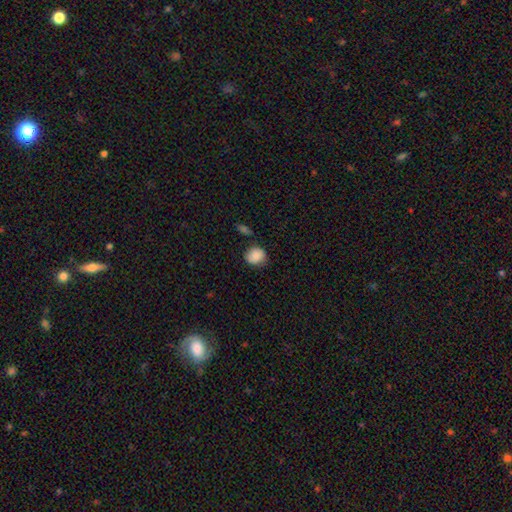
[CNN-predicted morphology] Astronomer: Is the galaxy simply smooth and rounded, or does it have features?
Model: smooth — 85%.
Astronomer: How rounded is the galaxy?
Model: round — 72%.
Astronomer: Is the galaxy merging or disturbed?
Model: none — 68%.